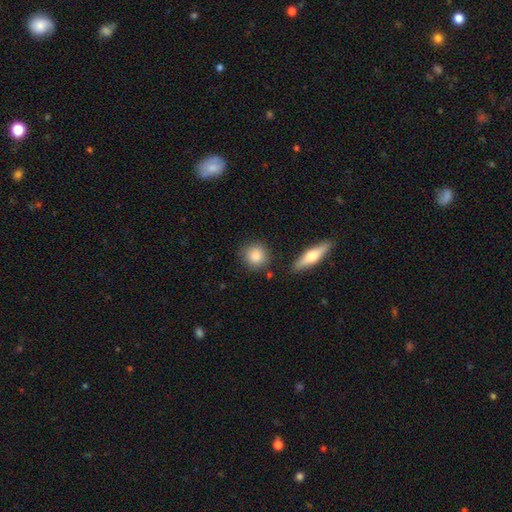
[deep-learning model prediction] A smooth galaxy with no disk features (83%) that is round (86%).

Vote fractions:
- Smooth or featured? smooth: 83% / featured or disk: 10% / star or artifact: 7%
- How rounded? round: 86% / in between: 11% / cigar-shaped: 3%
- Merging? none: 82% / minor disturbance: 10% / merger: 6% / major disturbance: 3%